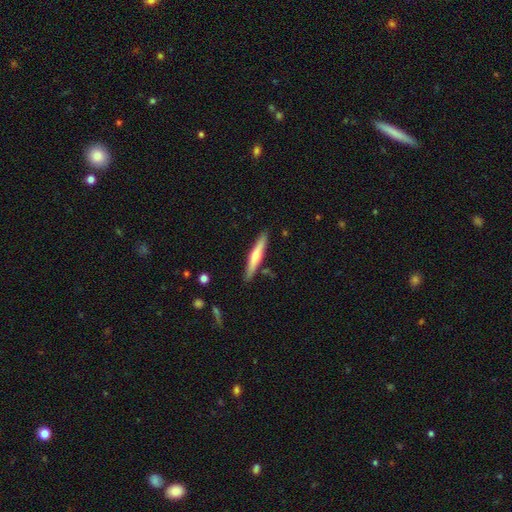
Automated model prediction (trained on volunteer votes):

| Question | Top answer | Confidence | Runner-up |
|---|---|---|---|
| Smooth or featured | smooth | 50% | featured or disk (45%) |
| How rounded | cigar-shaped | 92% | in between (6%) |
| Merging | none | 87% | minor disturbance (9%) |